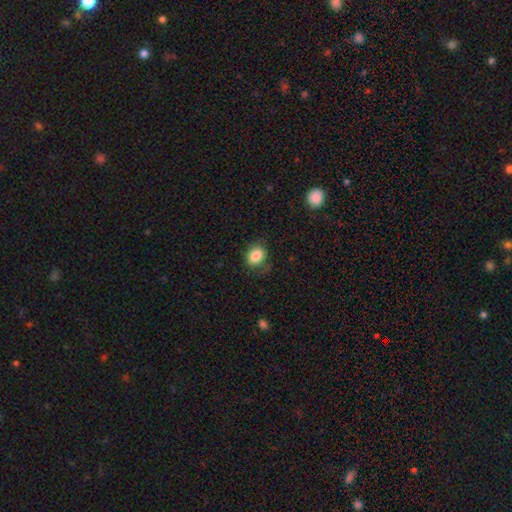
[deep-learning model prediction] Smooth or featured? smooth (85%)
How rounded? in between (65%)
Merging? none (73%)